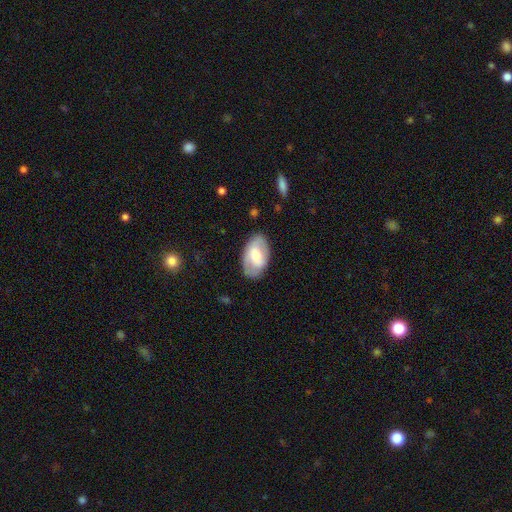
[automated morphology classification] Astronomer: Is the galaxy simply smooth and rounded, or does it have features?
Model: smooth — 48% (runner-up: featured or disk, 46%).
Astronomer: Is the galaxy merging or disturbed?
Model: none — 80%.